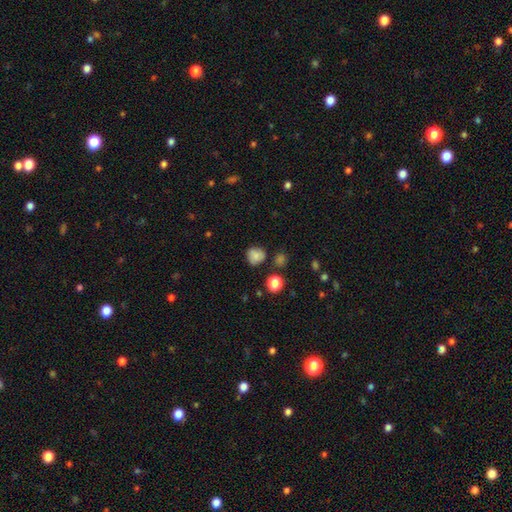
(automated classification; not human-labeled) Smooth or featured?
  - smooth: 80% *
  - star or artifact: 12%
  - featured or disk: 7%
How rounded?
  - round: 80% *
  - in between: 19%
  - cigar-shaped: 1%
Merging?
  - none: 73% *
  - minor disturbance: 18%
  - merger: 5%
  - major disturbance: 4%